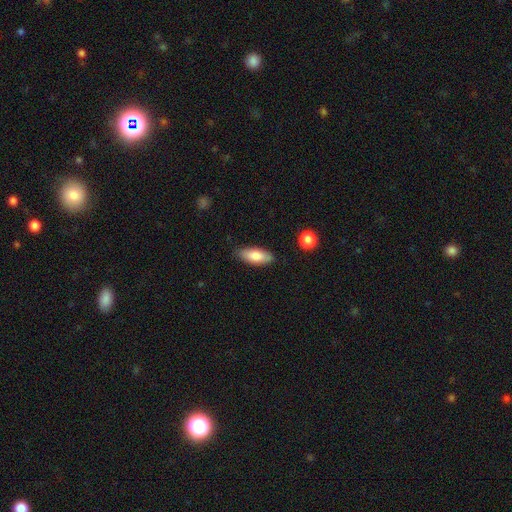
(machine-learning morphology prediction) A smooth galaxy with no disk features (80%) that is in between round and cigar-shaped (77%). Merging: none (84%).